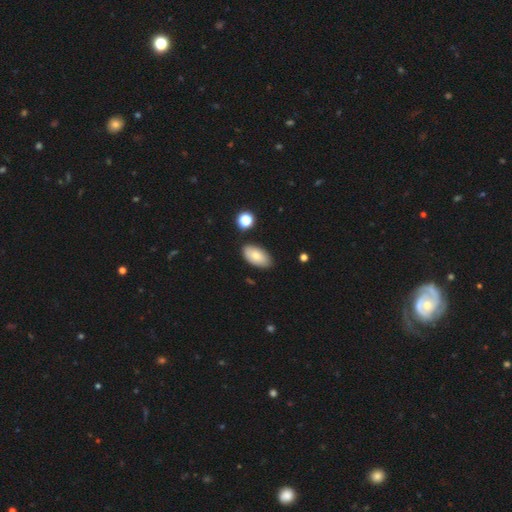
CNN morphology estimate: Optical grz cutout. It shows a smooth galaxy with no disk features (77%) that is in between round and cigar-shaped (94%). Merging: none (82%).